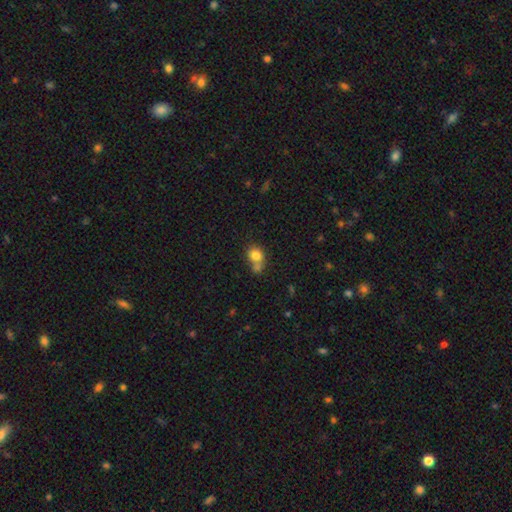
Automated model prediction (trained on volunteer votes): Morphology: type=smooth (80%); roundness=round (70%); merging=none (42%).